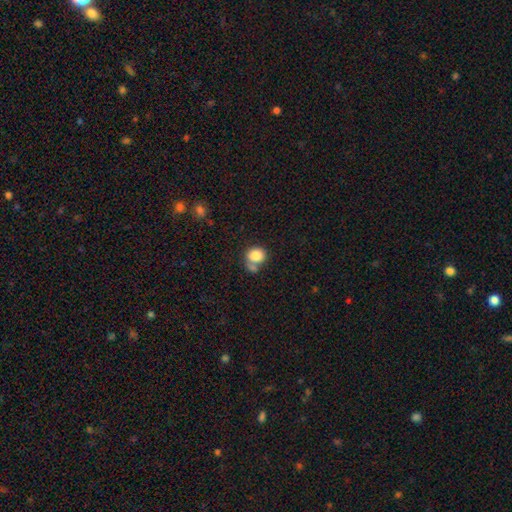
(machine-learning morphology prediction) Smooth or featured? Predicted: smooth (p=0.84). How rounded? Predicted: round (p=0.70). Merging? Predicted: none (p=0.46).